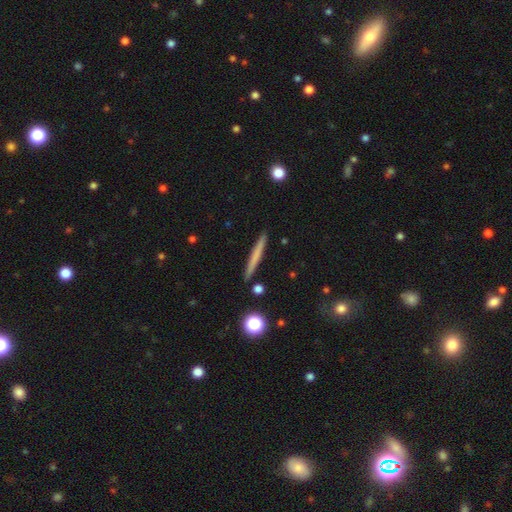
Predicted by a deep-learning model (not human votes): Smooth or featured? Predicted: smooth (p=0.61). How rounded? Predicted: cigar-shaped (p=0.96). Merging? Predicted: none (p=0.91).